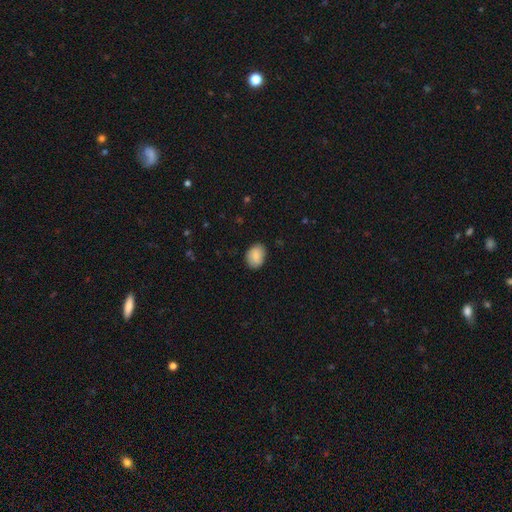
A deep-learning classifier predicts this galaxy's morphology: Smooth or featured: smooth — 86% (featured or disk — 7%)
How rounded: in between — 66% (round — 33%)
Merging: none — 84% (minor disturbance — 13%)